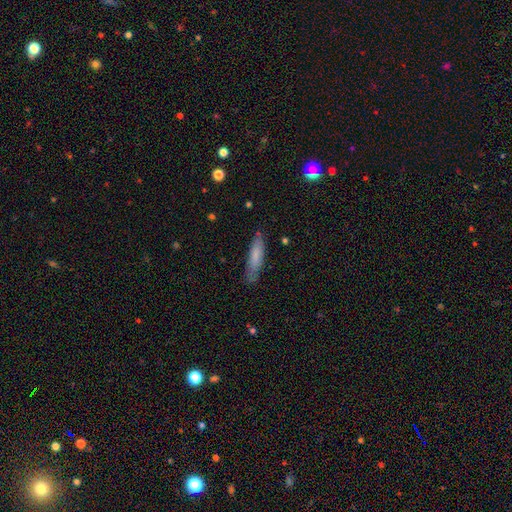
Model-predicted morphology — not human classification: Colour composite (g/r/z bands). It shows a smooth galaxy with no disk features (75%) that is cigar-shaped (74%). Merging: none (78%).